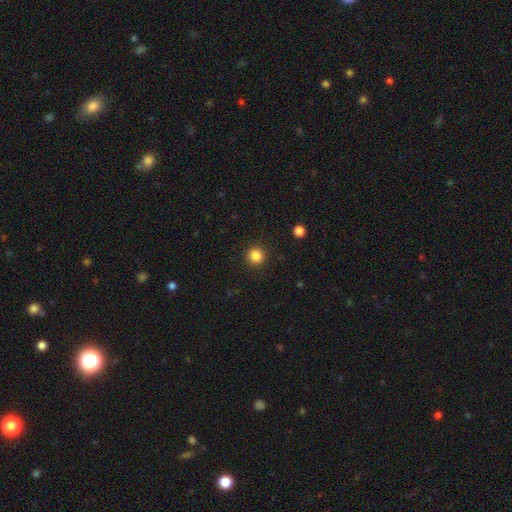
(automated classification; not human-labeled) Smooth or featured?
  - smooth: 85% *
  - star or artifact: 12%
  - featured or disk: 4%
How rounded?
  - round: 93% *
  - in between: 6%
  - cigar-shaped: 1%
Merging?
  - none: 92% *
  - minor disturbance: 5%
  - major disturbance: 2%
  - merger: 1%